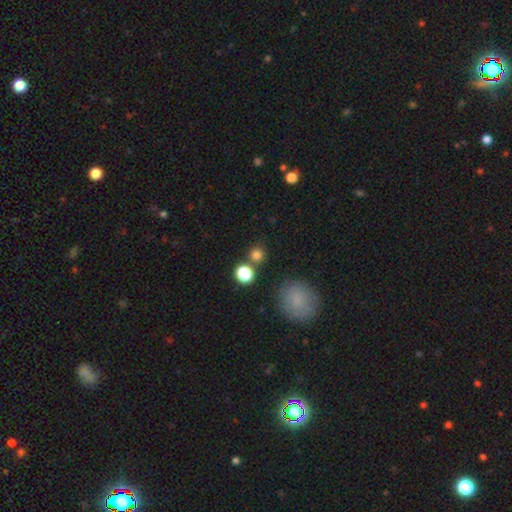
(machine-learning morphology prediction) type=smooth (70%); roundness=round (87%); merging=none (79%).